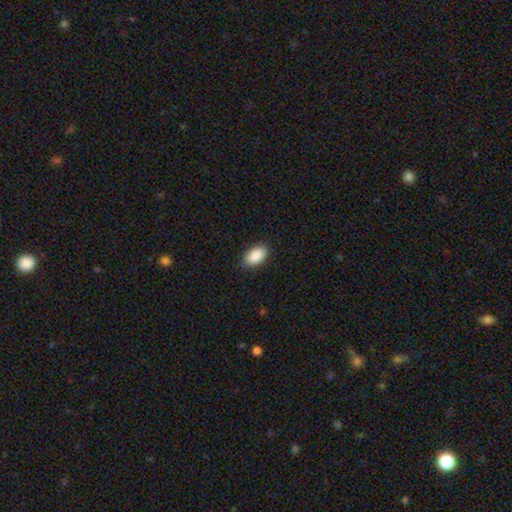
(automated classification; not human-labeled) Q: Smooth or featured?
A: smooth (90%); runner-up: star or artifact (6%)
Q: How rounded?
A: in between (94%); runner-up: round (4%)
Q: Merging?
A: none (86%); runner-up: minor disturbance (11%)